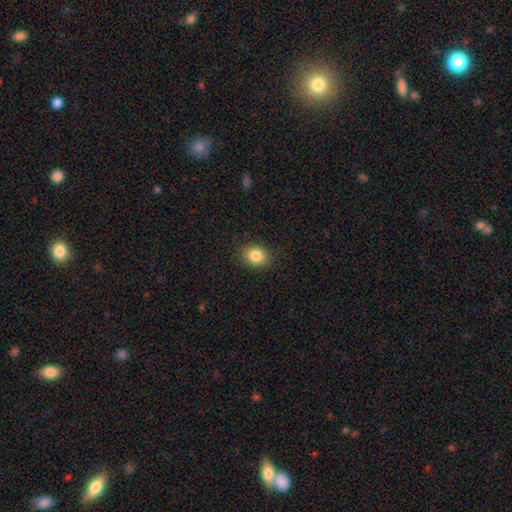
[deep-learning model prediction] Smooth or featured: smooth — 84% (star or artifact — 10%)
How rounded: round — 54% (in between — 45%)
Merging: none — 87% (minor disturbance — 9%)